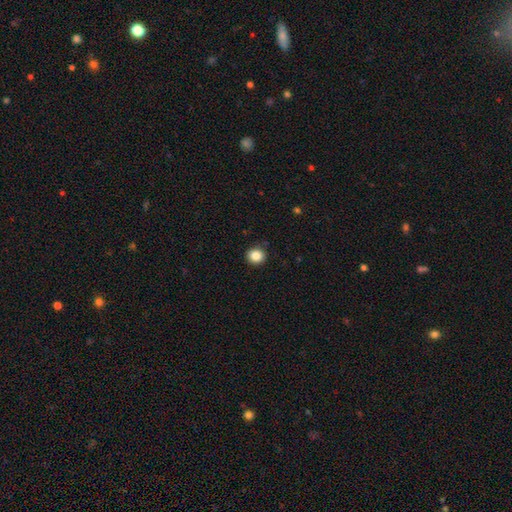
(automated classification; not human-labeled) Smooth or featured?
  - smooth: 85% *
  - star or artifact: 10%
  - featured or disk: 5%
How rounded?
  - round: 85% *
  - in between: 14%
  - cigar-shaped: 1%
Merging?
  - none: 91% *
  - minor disturbance: 6%
  - major disturbance: 2%
  - merger: 1%